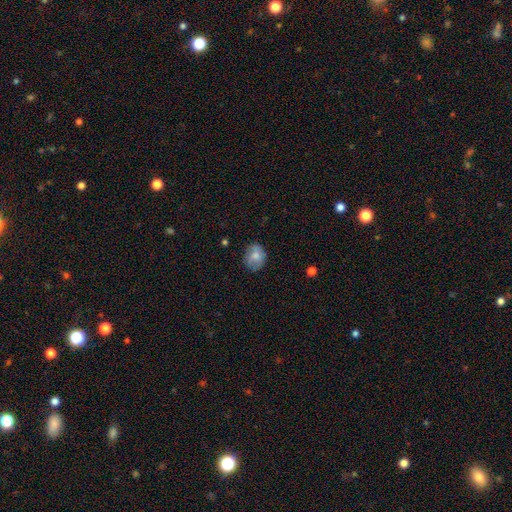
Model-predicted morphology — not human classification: A smooth galaxy with no disk features (70%) that is round (59%). Merging: none (68%).